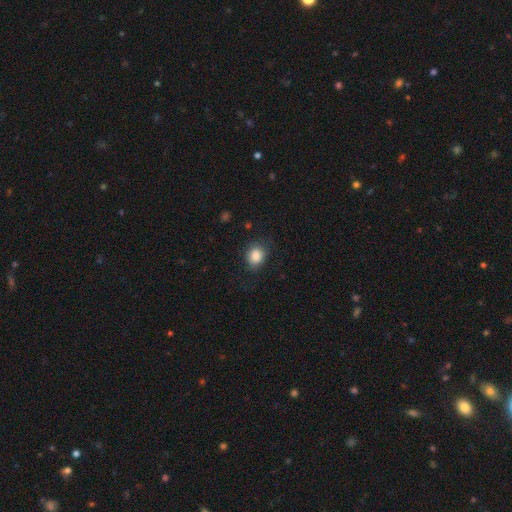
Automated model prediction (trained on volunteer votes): smooth_or_featured: smooth (p=0.86) [alt: star or artifact p=0.09]
how_rounded: round (p=0.59) [alt: in between p=0.40]
merging: none (p=0.77) [alt: minor disturbance p=0.16]